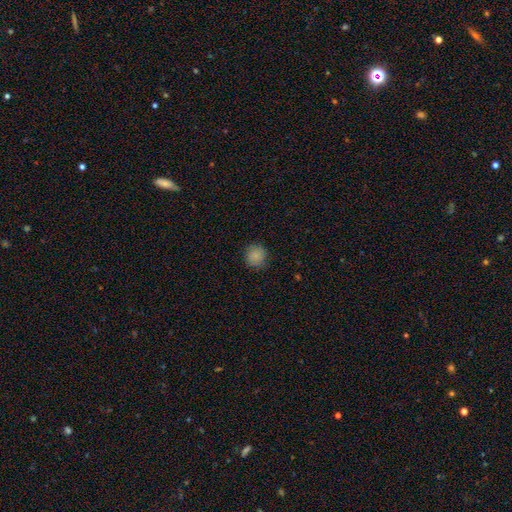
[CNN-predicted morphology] This is clearly a smooth galaxy (85%). How rounded: clearly round (90%). Merging: clearly none (85%).